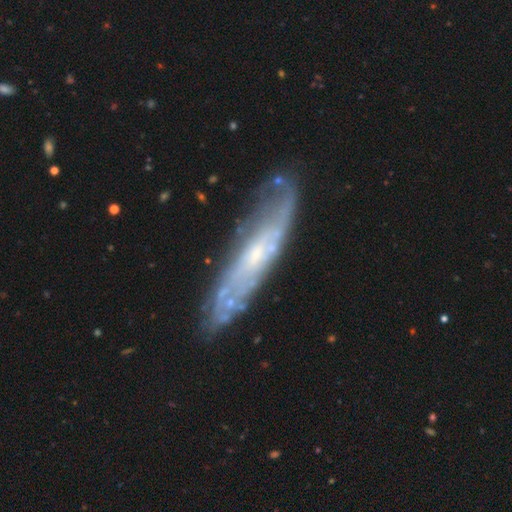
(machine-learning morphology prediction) A featured or disk galaxy (75%). Merging: none (77%).